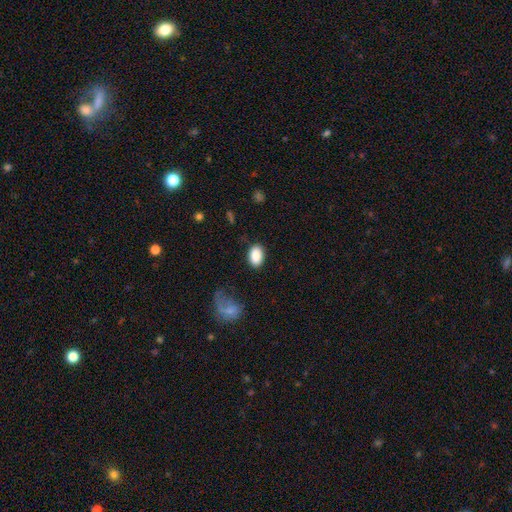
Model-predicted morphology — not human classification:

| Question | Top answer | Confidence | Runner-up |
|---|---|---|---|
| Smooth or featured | smooth | 88% | star or artifact (7%) |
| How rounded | in between | 89% | round (10%) |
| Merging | none | 80% | minor disturbance (12%) |